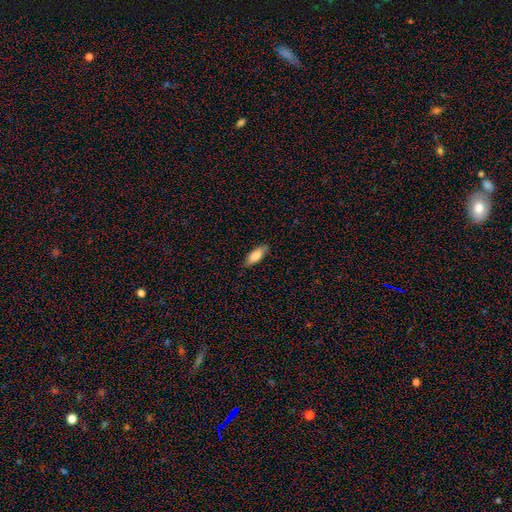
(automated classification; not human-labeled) This is clearly a smooth galaxy (83%). How rounded: likely in between (73%). Merging: clearly none (81%).